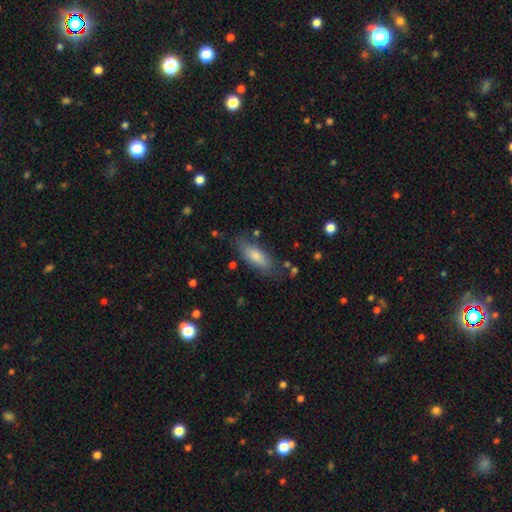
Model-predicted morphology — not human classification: The model was most divided on "how rounded": in between: 61%, cigar-shaped: 37%, round: 2%. More confident: merging — none (76%); smooth or featured — smooth (73%).